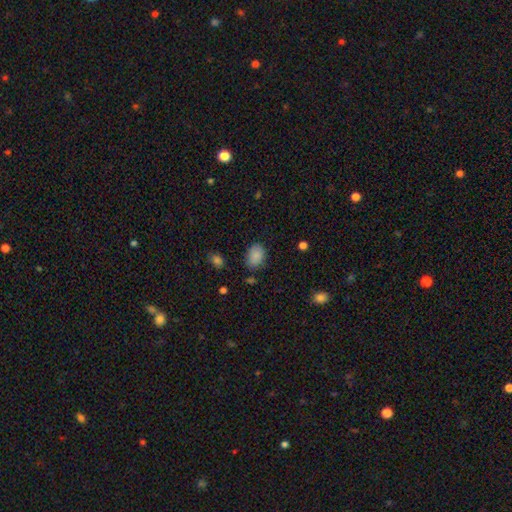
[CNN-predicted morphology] type=smooth (87%); roundness=in between (75%); merging=none (78%).